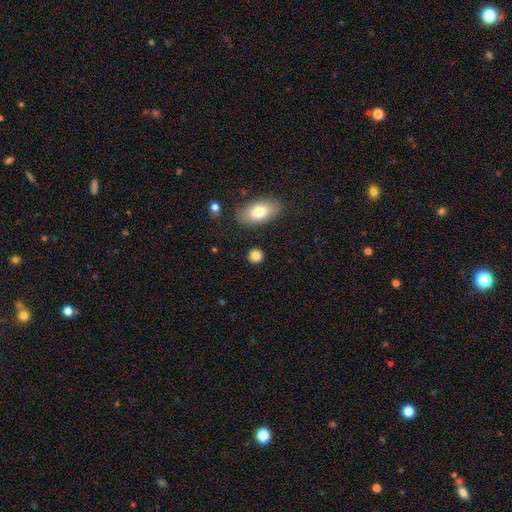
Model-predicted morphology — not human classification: Smooth or featured? smooth (84%)
How rounded? round (84%)
Merging? none (88%)